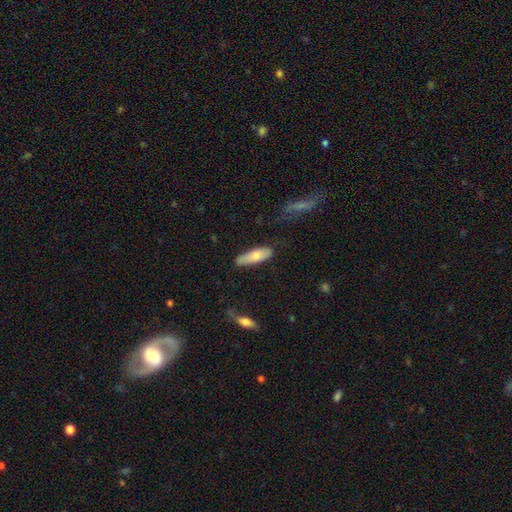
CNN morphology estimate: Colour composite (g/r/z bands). It shows a smooth galaxy with no disk features (74%) that is in between round and cigar-shaped (53%). Merging: none (69%).